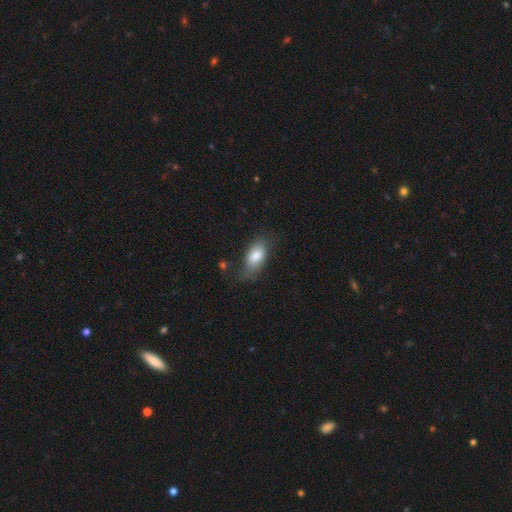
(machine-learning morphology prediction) This appears to be a smooth galaxy with no disk features (79%) that is in between round and cigar-shaped (90%). Merging: none (62%).